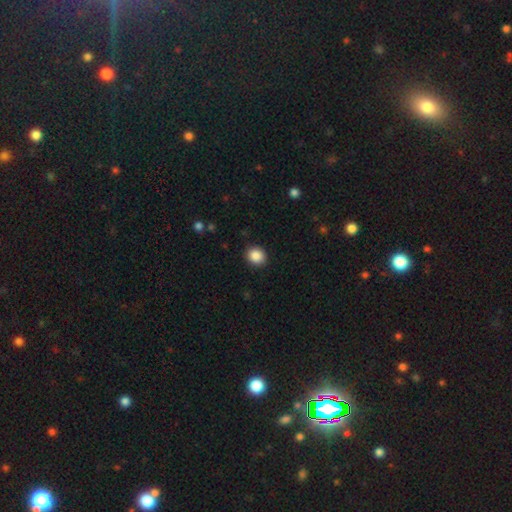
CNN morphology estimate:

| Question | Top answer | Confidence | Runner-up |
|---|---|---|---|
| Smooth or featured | smooth | 88% | star or artifact (9%) |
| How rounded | round | 74% | in between (25%) |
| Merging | none | 90% | minor disturbance (7%) |